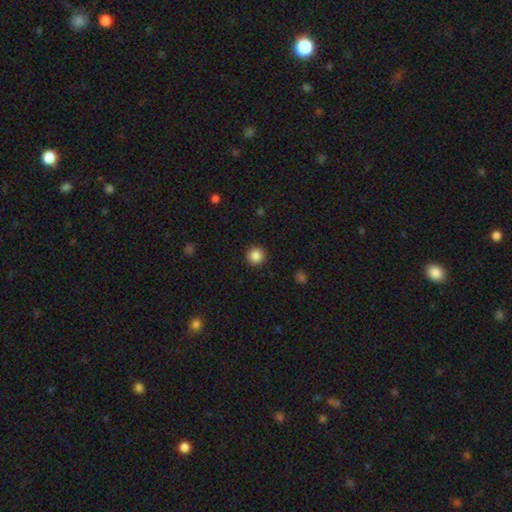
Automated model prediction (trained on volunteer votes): smooth-or-featured: smooth: 87% | star or artifact: 10% | featured or disk: 3%
  how-rounded: round: 96% | in between: 3% | cigar-shaped: 1%
  merging: none: 93% | minor disturbance: 5% | major disturbance: 2% | merger: 1%